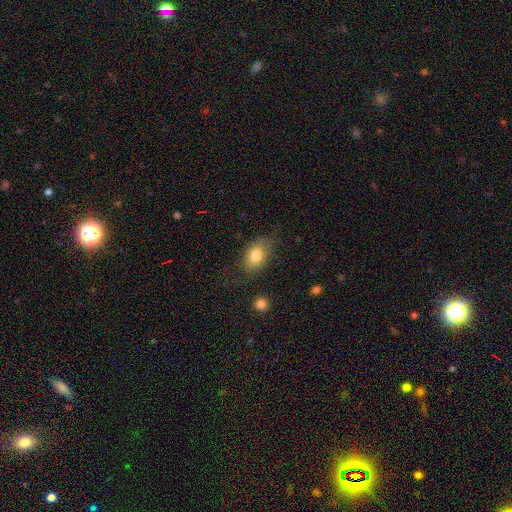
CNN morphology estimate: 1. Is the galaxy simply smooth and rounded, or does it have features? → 78% smooth, 14% featured or disk, 8% star or artifact.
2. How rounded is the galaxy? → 83% in between, 15% round, 2% cigar-shaped.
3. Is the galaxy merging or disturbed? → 67% none, 21% minor disturbance, 10% major disturbance, 2% merger.